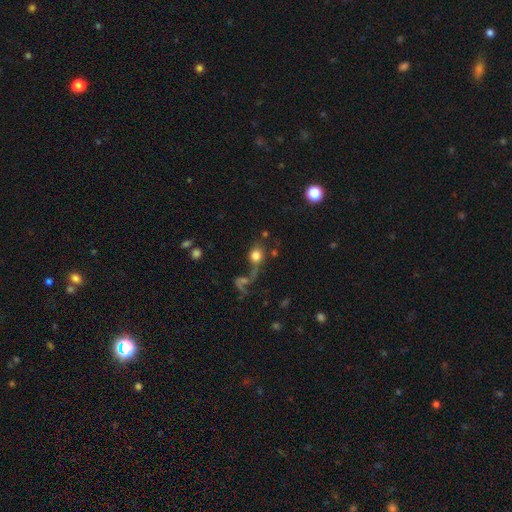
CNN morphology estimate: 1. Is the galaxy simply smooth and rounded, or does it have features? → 71% smooth, 16% featured or disk, 13% star or artifact.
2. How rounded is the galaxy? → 77% round, 20% in between, 2% cigar-shaped.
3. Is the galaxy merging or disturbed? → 37% none, 31% merger, 19% major disturbance, 12% minor disturbance.